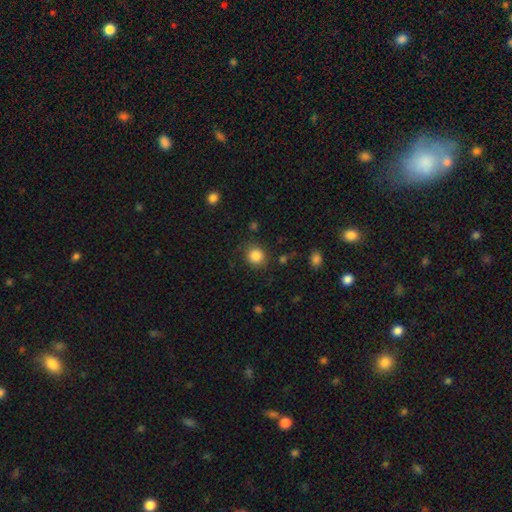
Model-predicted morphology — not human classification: This is clearly a smooth galaxy (85%). How rounded: clearly round (86%). Merging: clearly none (84%).